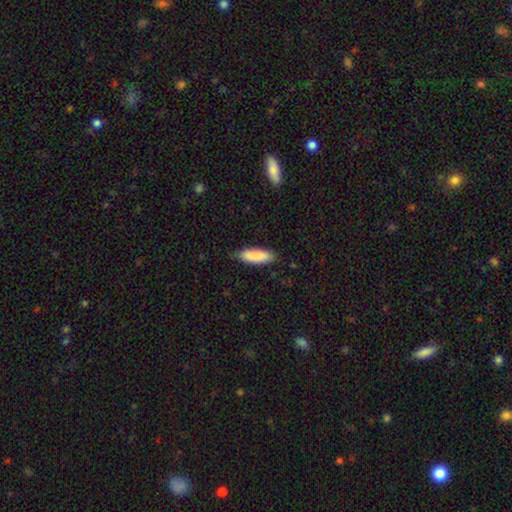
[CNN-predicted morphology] smooth 88%, featured or disk 7%, star or artifact 6%. Down the decision tree: how rounded — in between (50%); merging — none (82%).